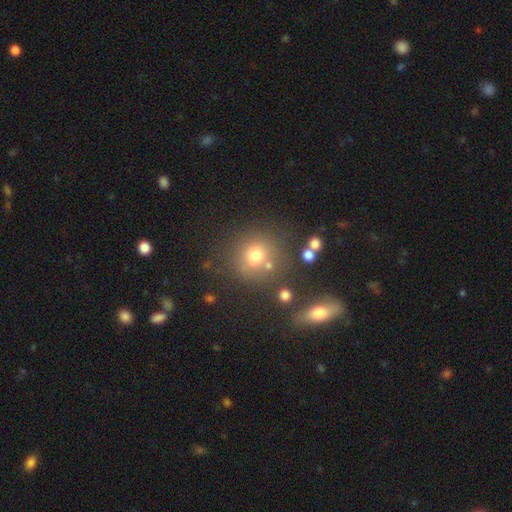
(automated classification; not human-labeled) smooth 71%, star or artifact 17%, featured or disk 12%. Down the decision tree: how rounded — round (88%); merging — none (68%).